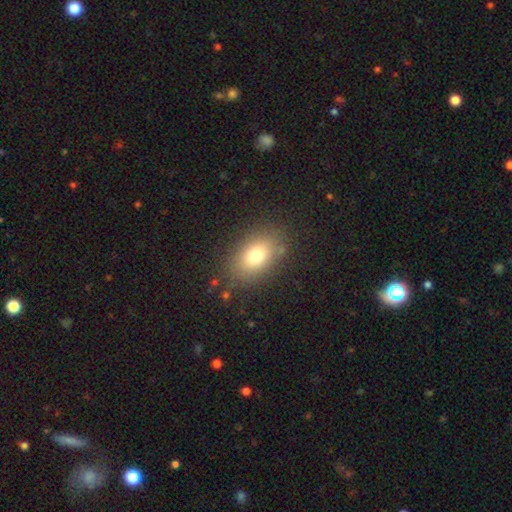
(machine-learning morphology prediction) The model was most divided on "how rounded": in between: 80%, round: 18%, cigar-shaped: 2%. More confident: merging — none (83%); smooth or featured — smooth (76%).